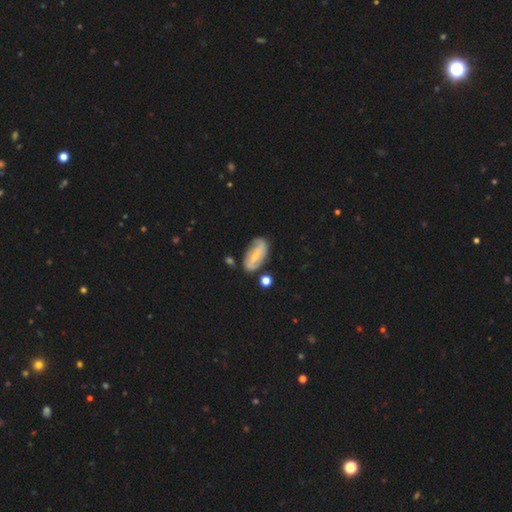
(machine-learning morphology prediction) smooth-or-featured: featured or disk: 66% | smooth: 28% | star or artifact: 6%
  disk-edge-on: no: 93% | yes: 7%
    bar: strong: 43% | weak: 34% | no: 24%
    has-spiral-arms: yes: 82% | no: 18%
      spiral-winding: medium: 35% (tied) | loose: 35% (tied) | tight: 29%
      spiral-arm-count: 2: 80% | can't tell: 12% | 1: 4% | 3: 2% | 4: 1% | more than 4: 1%
    bulge-size: small: 66% | moderate: 27% | none: 4% | large: 1% | dominant: 1%
  merging: none: 71% | minor disturbance: 19% | major disturbance: 6% | merger: 4%